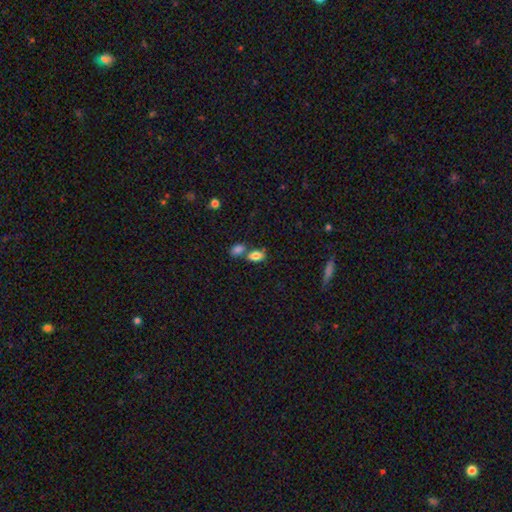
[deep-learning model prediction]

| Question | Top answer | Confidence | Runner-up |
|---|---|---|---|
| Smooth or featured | smooth | 83% | star or artifact (9%) |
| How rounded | in between | 88% | round (9%) |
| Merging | none | 46% | merger (38%) |